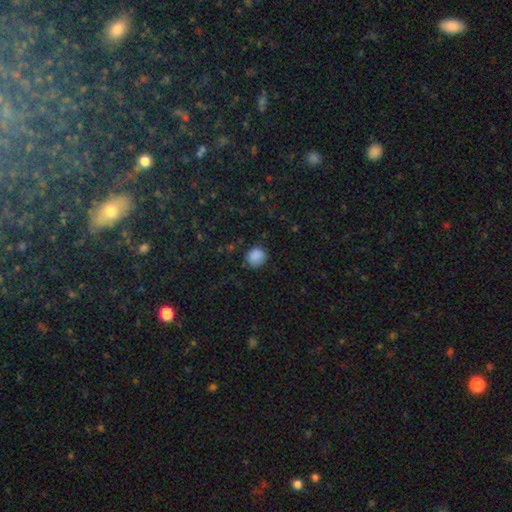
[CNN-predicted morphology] type=smooth (85%); roundness=round (75%); merging=none (76%).